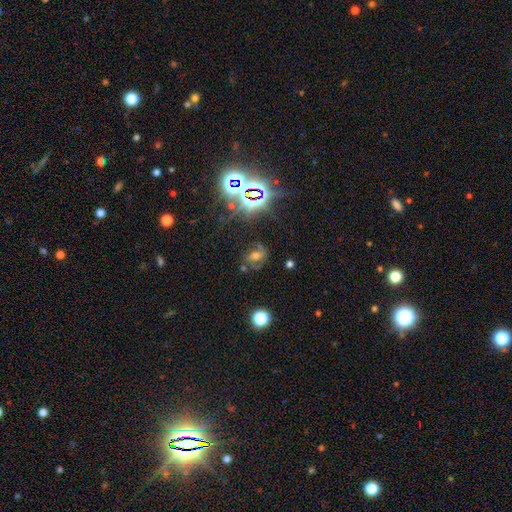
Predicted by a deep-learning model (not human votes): Overall: featured or disk (47%; star or artifact 31%). Merging: none (61%).